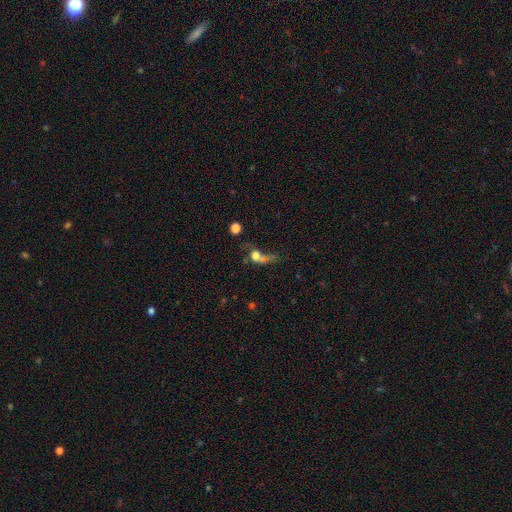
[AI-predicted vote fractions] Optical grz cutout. It shows a smooth galaxy with no disk features (55%) that is round (51%). Merging: merger (48%).